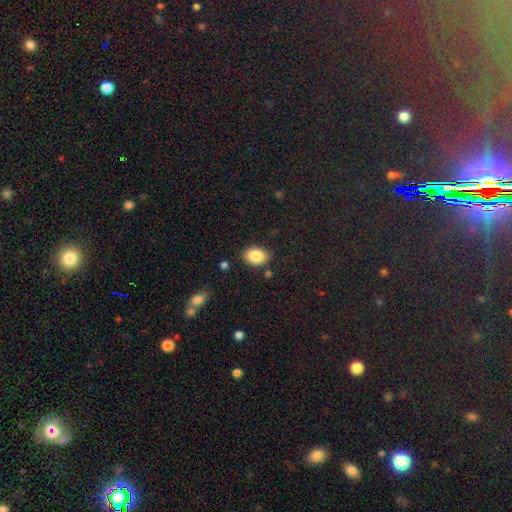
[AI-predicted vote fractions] Q: Smooth or featured?
A: smooth (86%); runner-up: star or artifact (8%)
Q: How rounded?
A: in between (73%); runner-up: round (26%)
Q: Merging?
A: none (83%); runner-up: minor disturbance (12%)